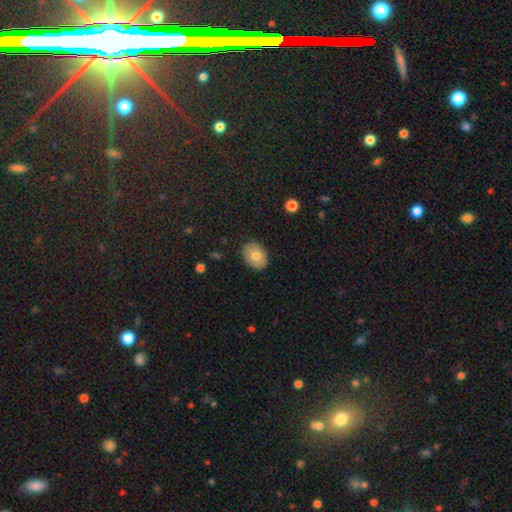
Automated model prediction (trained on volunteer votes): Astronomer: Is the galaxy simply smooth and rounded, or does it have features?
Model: smooth — 75%.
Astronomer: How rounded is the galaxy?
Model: in between — 67%.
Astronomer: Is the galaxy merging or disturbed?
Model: none — 87%.